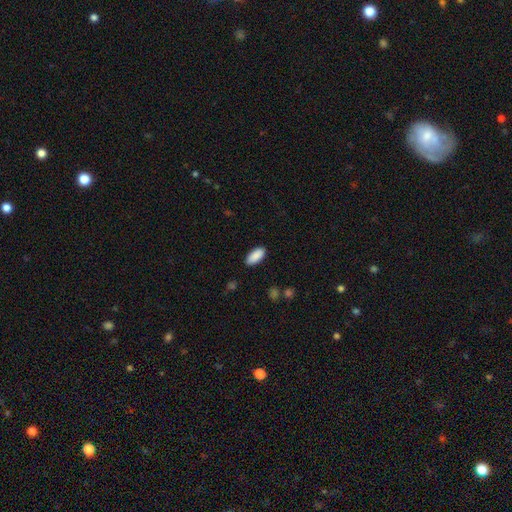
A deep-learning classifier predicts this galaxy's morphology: type=smooth (90%); roundness=in between (89%); merging=none (88%).